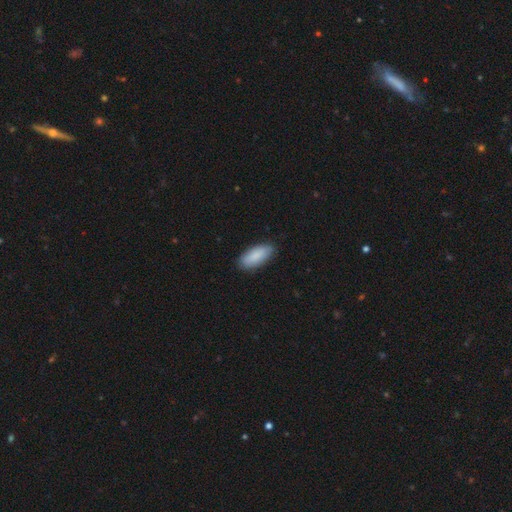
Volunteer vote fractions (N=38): Smooth or featured: smooth — 92% (featured or disk — 5%)
How rounded: in between — 86% (cigar-shaped — 11%)
Merging: none — 78% (minor disturbance — 19%)